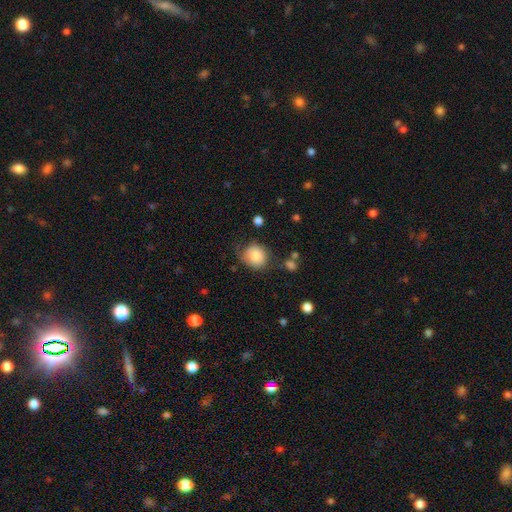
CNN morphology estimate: smooth-or-featured: smooth: 83% | featured or disk: 9% | star or artifact: 9%
  how-rounded: round: 80% | in between: 19% | cigar-shaped: 1%
  merging: none: 66% | minor disturbance: 23% | major disturbance: 7% | merger: 3%